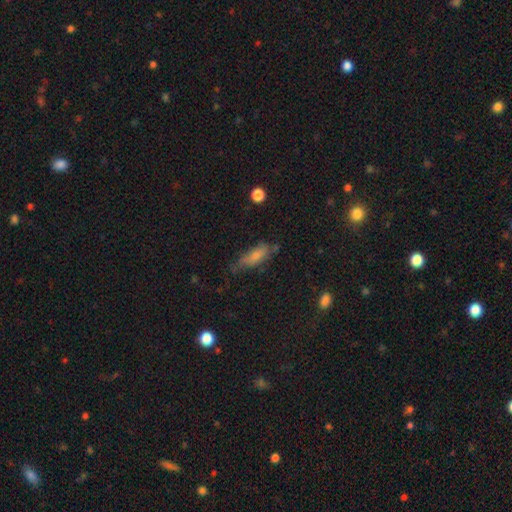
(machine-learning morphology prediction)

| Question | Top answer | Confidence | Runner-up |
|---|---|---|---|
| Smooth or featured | smooth | 73% | featured or disk (18%) |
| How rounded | in between | 58% | cigar-shaped (40%) |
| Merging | none | 48% | minor disturbance (34%) |